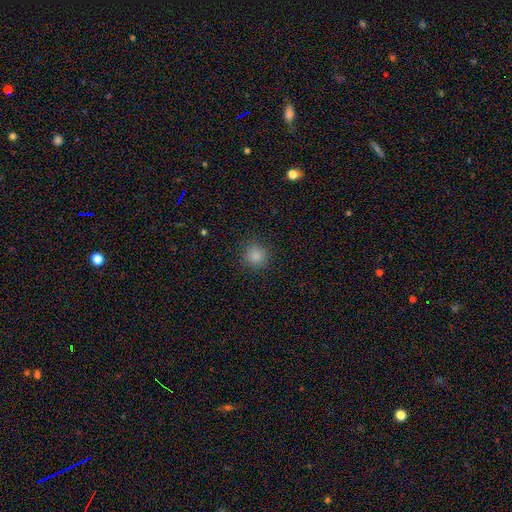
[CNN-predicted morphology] A smooth galaxy with no disk features (83%) that is round (91%).

Vote fractions:
- Smooth or featured? smooth: 83% / star or artifact: 12% / featured or disk: 4%
- How rounded? round: 91% / in between: 8% / cigar-shaped: 1%
- Merging? none: 89% / minor disturbance: 7% / major disturbance: 3% / merger: 1%